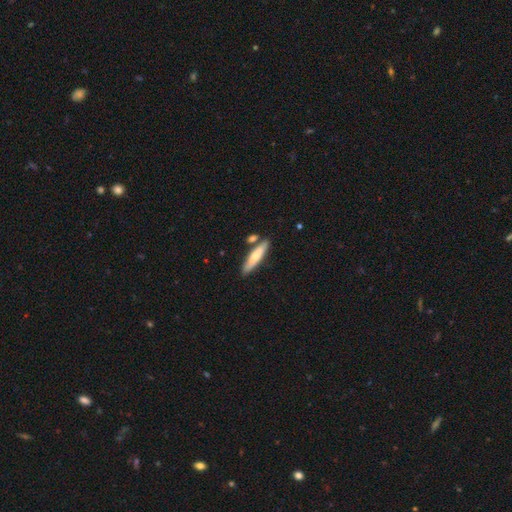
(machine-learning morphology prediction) Smooth or featured? smooth (65%)
How rounded? cigar-shaped (83%)
Merging? none (75%)